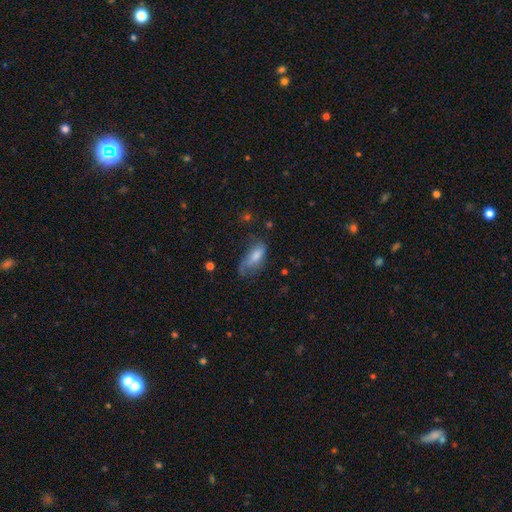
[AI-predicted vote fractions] A smooth galaxy with no disk features (62%) that is in between round and cigar-shaped (78%).

Vote fractions:
- Smooth or featured? smooth: 62% / featured or disk: 28% / star or artifact: 10%
- How rounded? in between: 78% / cigar-shaped: 18% / round: 3%
- Merging? none: 40% / minor disturbance: 32% / major disturbance: 26% / merger: 3%